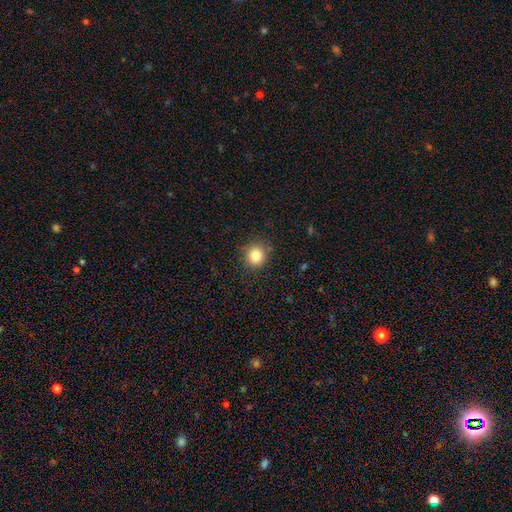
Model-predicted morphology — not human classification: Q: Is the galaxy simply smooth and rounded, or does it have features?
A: smooth — 83%.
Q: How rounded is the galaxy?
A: round — 89%.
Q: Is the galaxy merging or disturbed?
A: none — 87%.